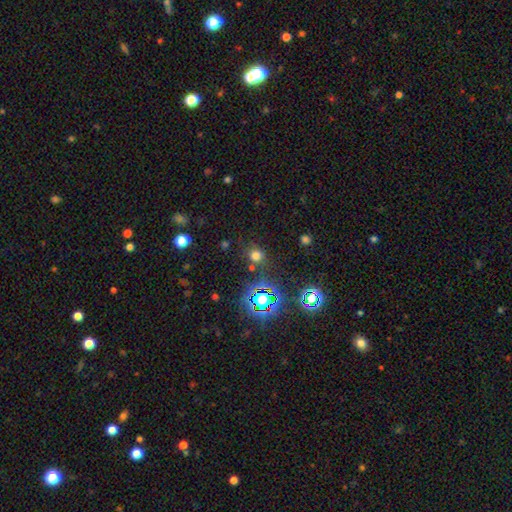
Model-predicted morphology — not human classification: The model was most divided on "smooth or featured": smooth: 62%, star or artifact: 31%, featured or disk: 7%. More confident: how rounded — round (80%); merging — none (77%).